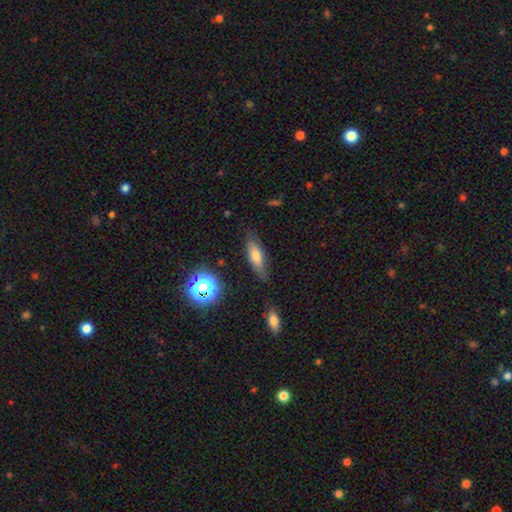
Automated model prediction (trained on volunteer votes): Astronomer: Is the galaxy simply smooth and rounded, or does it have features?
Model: smooth — 65%.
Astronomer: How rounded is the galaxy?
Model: in between — 54% (runner-up: cigar-shaped, 42%).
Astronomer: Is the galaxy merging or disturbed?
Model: none — 77%.